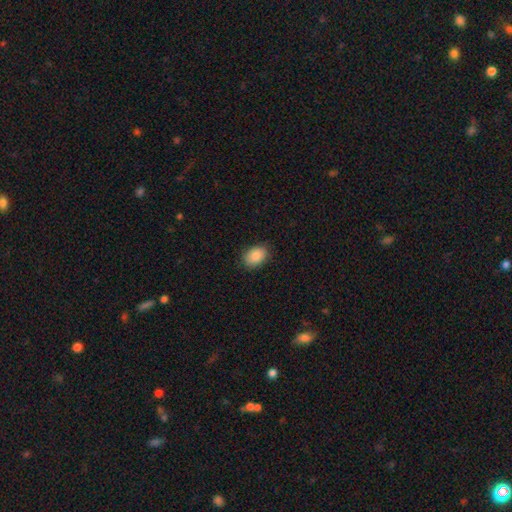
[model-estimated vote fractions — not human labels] The model was most divided on "how rounded": in between: 81%, round: 18%, cigar-shaped: 1%. More confident: smooth or featured — smooth (88%); merging — none (85%).